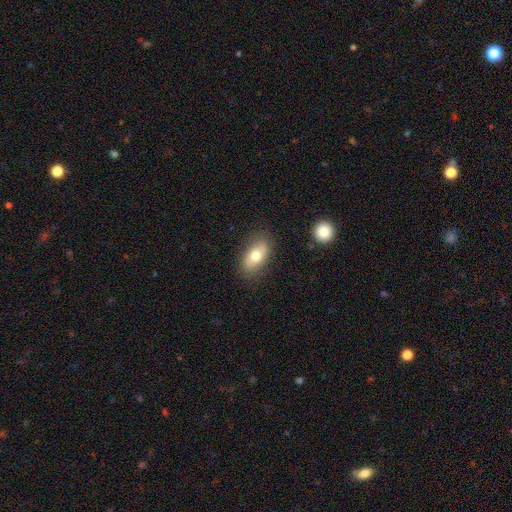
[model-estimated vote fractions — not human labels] Smooth or featured? smooth (70%)
How rounded? in between (89%)
Merging? none (84%)